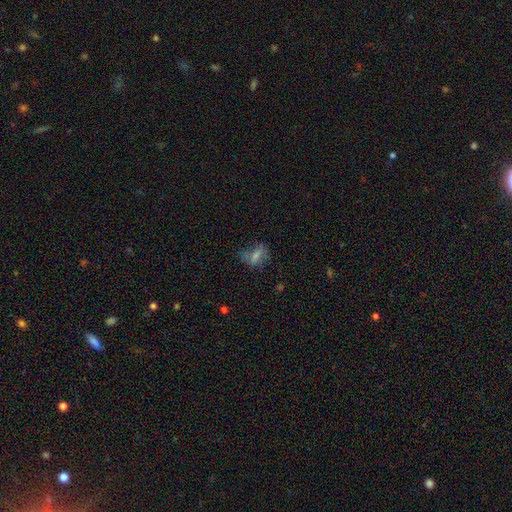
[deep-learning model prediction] Morphology: type=smooth (40%); merging=none (55%).